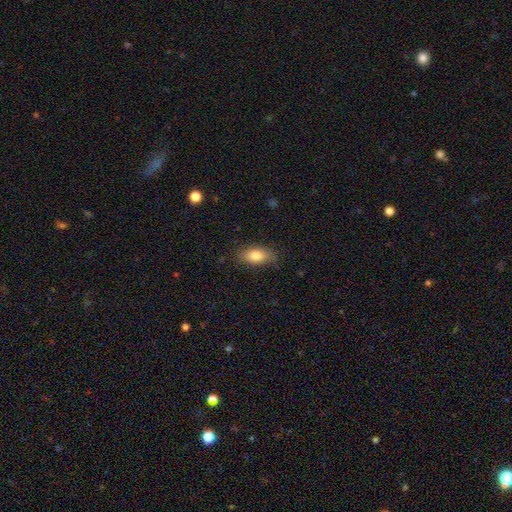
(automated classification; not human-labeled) Smooth or featured: smooth — 80% (featured or disk — 12%)
How rounded: in between — 88% (cigar-shaped — 7%)
Merging: none — 82% (minor disturbance — 14%)